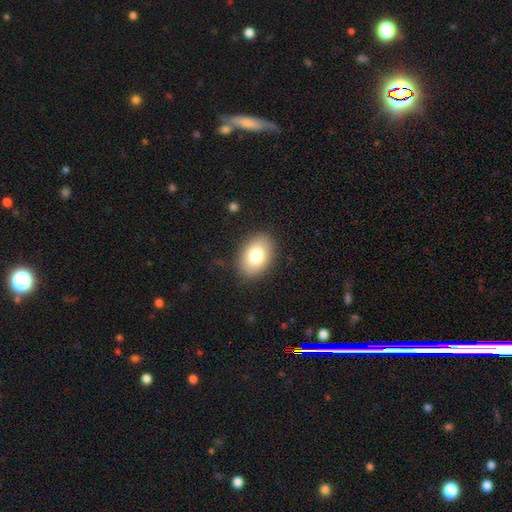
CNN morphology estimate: smooth_or_featured: smooth (p=0.82) [alt: featured or disk p=0.11]
how_rounded: in between (p=0.85) [alt: round p=0.14]
merging: none (p=0.87) [alt: minor disturbance p=0.09]